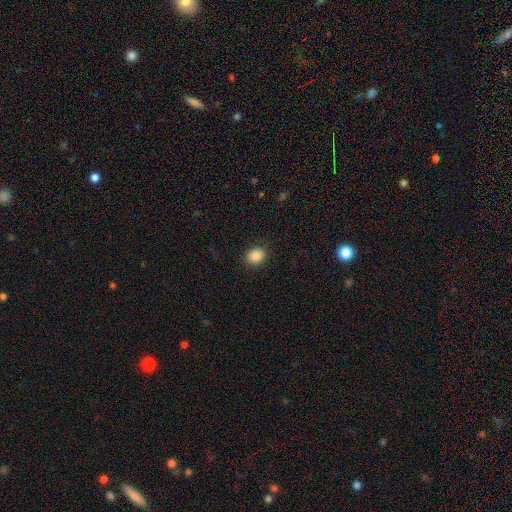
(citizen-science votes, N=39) Smooth or featured? 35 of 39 (90%) said smooth. How rounded? 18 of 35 (51%) said in between. Merging? 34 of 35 (97%) said none.